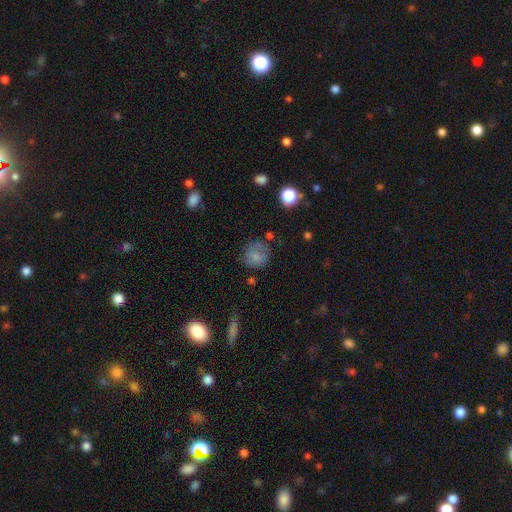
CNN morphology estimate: type=smooth (73%); roundness=round (80%); merging=none (65%).